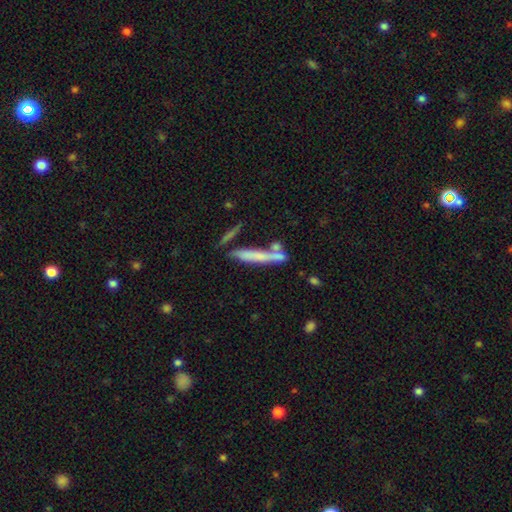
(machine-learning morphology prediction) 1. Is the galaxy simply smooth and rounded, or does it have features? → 57% smooth, 35% featured or disk, 7% star or artifact.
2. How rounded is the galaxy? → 92% cigar-shaped, 6% in between, 2% round.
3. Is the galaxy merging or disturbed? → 63% none, 18% merger, 14% minor disturbance, 5% major disturbance.